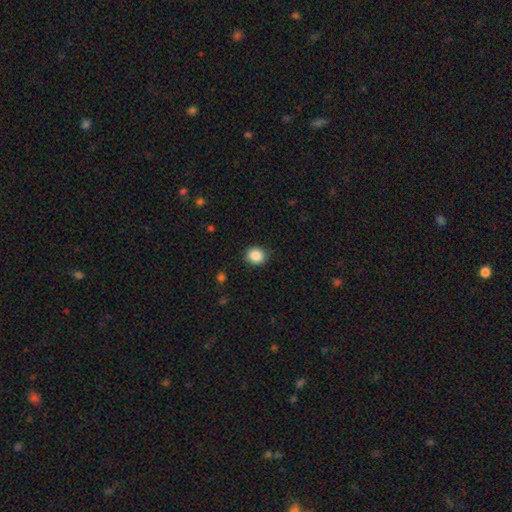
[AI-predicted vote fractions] Overall: smooth (88%). How rounded: round (79%). Merging: none (88%).